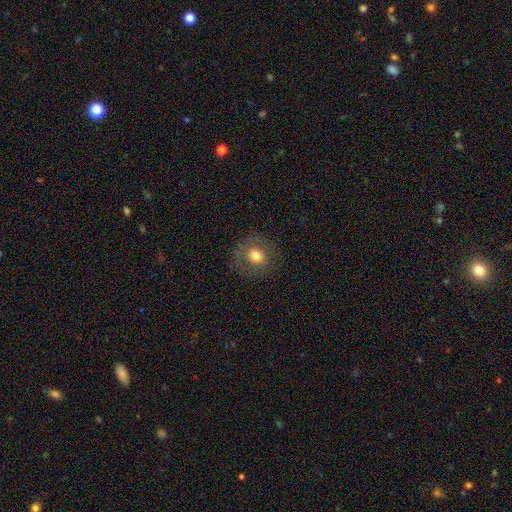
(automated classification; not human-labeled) Smooth or featured?
  - smooth: 70% *
  - featured or disk: 19%
  - star or artifact: 11%
How rounded?
  - round: 83% *
  - in between: 16%
  - cigar-shaped: 1%
Merging?
  - none: 82% *
  - minor disturbance: 11%
  - major disturbance: 6%
  - merger: 1%